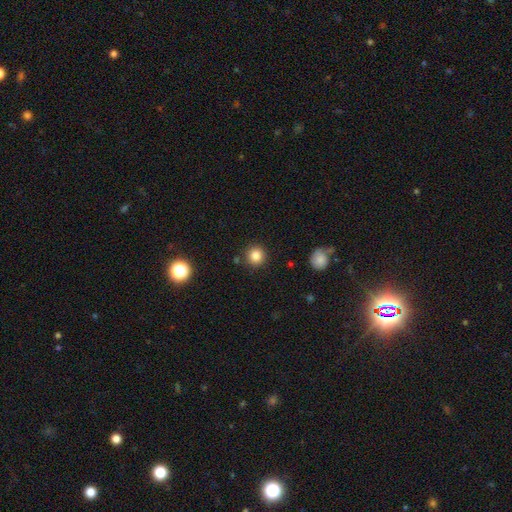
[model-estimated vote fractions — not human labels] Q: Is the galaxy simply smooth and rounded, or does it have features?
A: smooth — 83%.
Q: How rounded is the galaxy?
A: round — 93%.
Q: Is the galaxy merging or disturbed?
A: none — 87%.